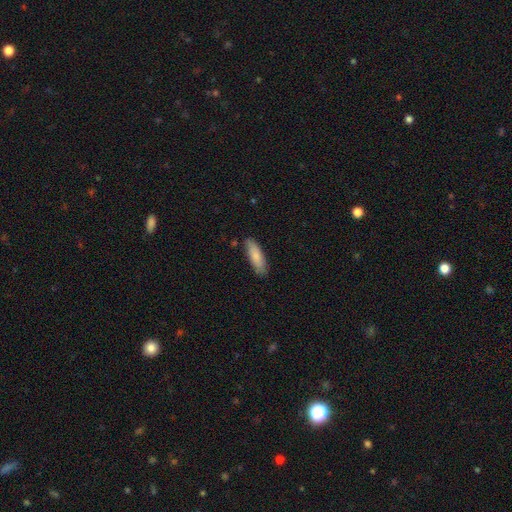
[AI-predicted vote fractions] Smooth or featured? smooth (84%)
How rounded? in between (54%)
Merging? none (82%)